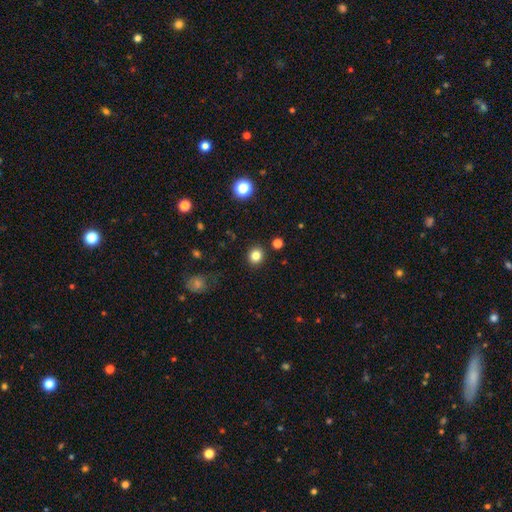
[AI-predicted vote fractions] A smooth galaxy with no disk features (82%) that is round (85%).

Vote fractions:
- Smooth or featured? smooth: 82% / star or artifact: 12% / featured or disk: 5%
- How rounded? round: 85% / in between: 14% / cigar-shaped: 1%
- Merging? none: 90% / minor disturbance: 6% / major disturbance: 2% / merger: 2%